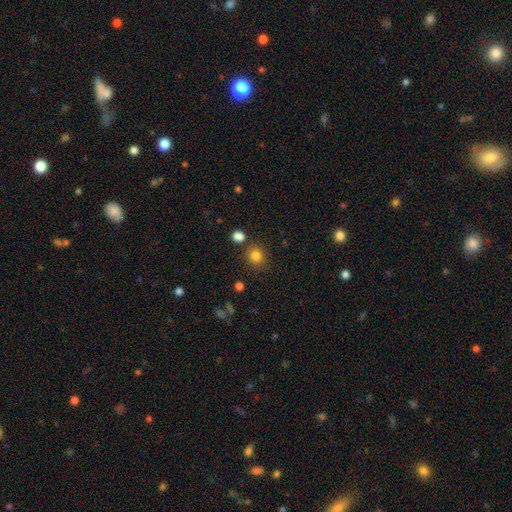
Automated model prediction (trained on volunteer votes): Smooth or featured? smooth (82%)
How rounded? round (80%)
Merging? none (80%)